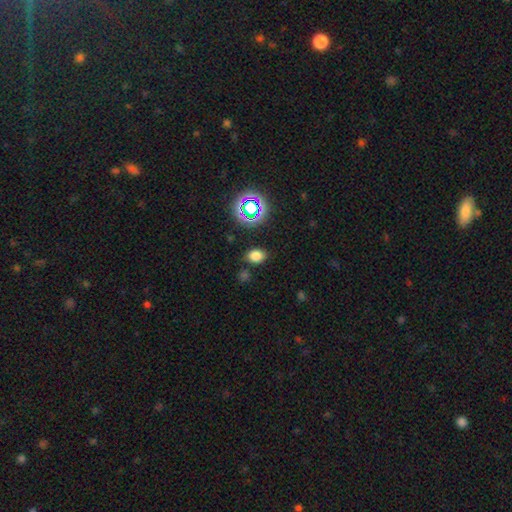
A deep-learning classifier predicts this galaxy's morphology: smooth_or_featured: smooth (p=0.75) [alt: star or artifact p=0.18]
how_rounded: in between (p=0.69) [alt: round p=0.29]
merging: none (p=0.82) [alt: minor disturbance p=0.11]